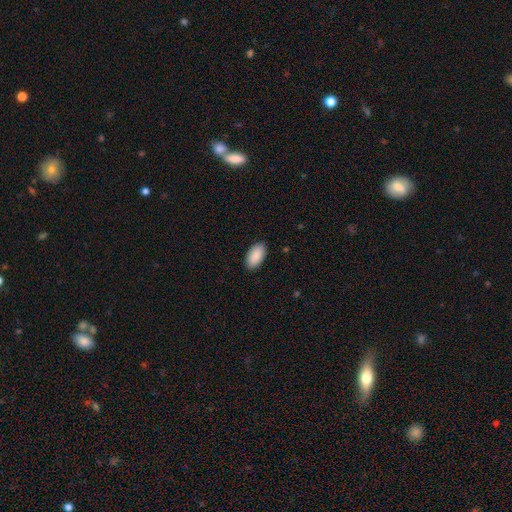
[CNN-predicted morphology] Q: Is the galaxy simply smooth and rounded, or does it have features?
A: smooth — 91%.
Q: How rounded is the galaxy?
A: in between — 96%.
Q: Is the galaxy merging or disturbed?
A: none — 89%.